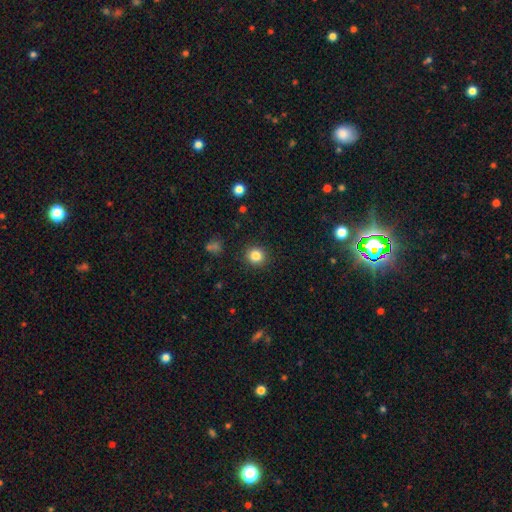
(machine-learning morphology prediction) Smooth or featured? smooth (84%)
How rounded? round (91%)
Merging? none (91%)